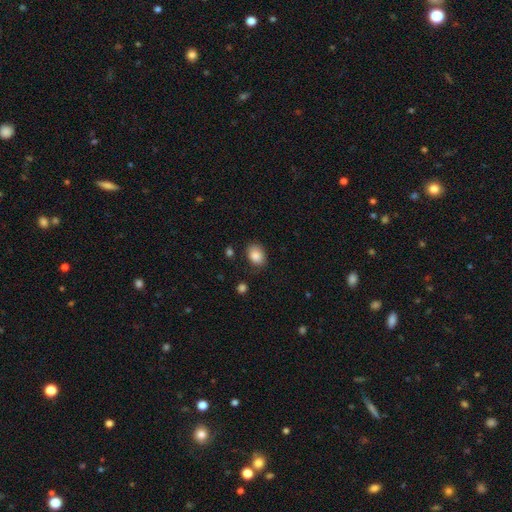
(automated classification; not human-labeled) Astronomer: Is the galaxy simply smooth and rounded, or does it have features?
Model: smooth — 86%.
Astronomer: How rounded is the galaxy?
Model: in between — 66%.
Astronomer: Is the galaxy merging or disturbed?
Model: none — 77%.